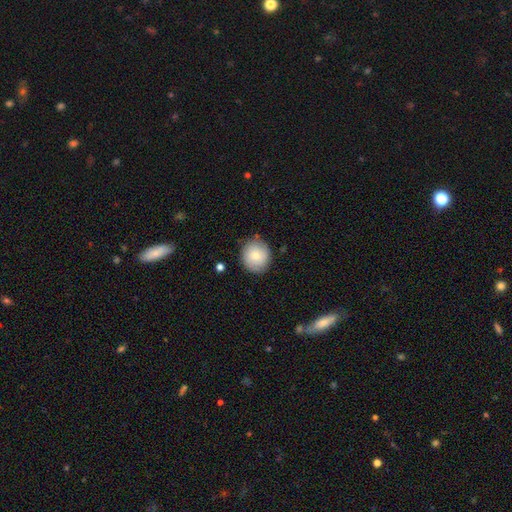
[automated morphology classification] Smooth or featured?
  - smooth: 72% *
  - featured or disk: 20%
  - star or artifact: 8%
How rounded?
  - round: 89% *
  - in between: 10%
  - cigar-shaped: 1%
Merging?
  - none: 85% *
  - minor disturbance: 11%
  - major disturbance: 3%
  - merger: 2%